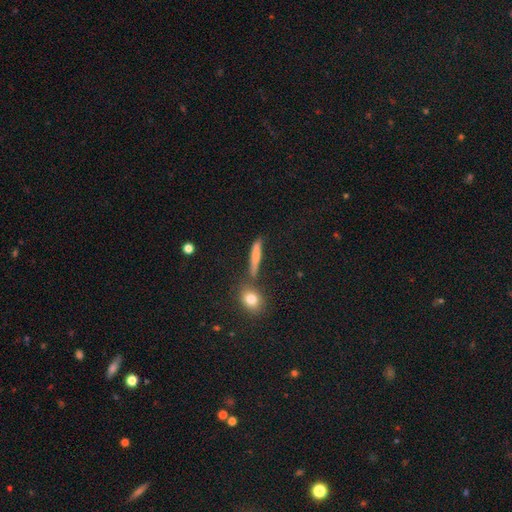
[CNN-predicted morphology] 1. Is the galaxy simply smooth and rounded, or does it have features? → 67% smooth, 23% featured or disk, 10% star or artifact.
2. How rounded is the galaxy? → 81% cigar-shaped, 12% in between, 7% round.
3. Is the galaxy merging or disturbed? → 75% none, 13% minor disturbance, 9% merger, 4% major disturbance.